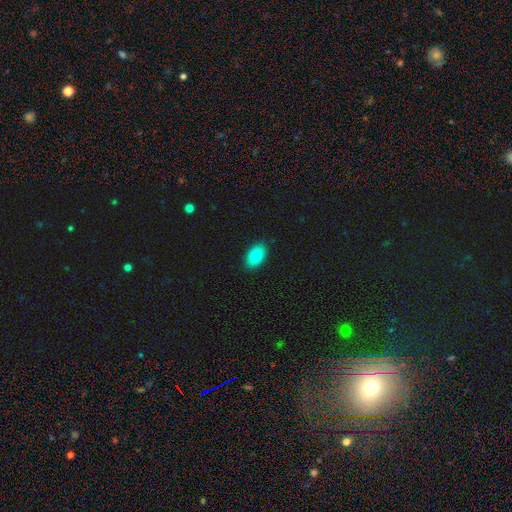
Smooth or featured?
  - smooth: 75% *
  - featured or disk: 19%
  - star or artifact: 6%
How rounded?
  - in between: 96% *
  - round: 4%
  - cigar-shaped: 0%
Merging?
  - none: 79% *
  - minor disturbance: 15%
  - merger: 6%
  - major disturbance: 0%